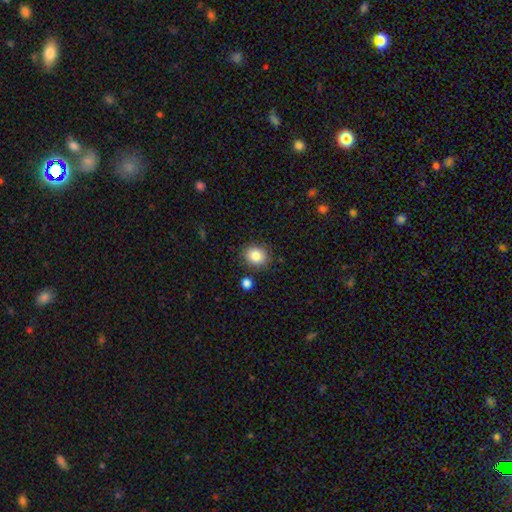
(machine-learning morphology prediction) Smooth or featured?
  - smooth: 85% *
  - star or artifact: 9%
  - featured or disk: 7%
How rounded?
  - round: 62% *
  - in between: 37%
  - cigar-shaped: 1%
Merging?
  - none: 83% *
  - minor disturbance: 10%
  - merger: 4%
  - major disturbance: 3%